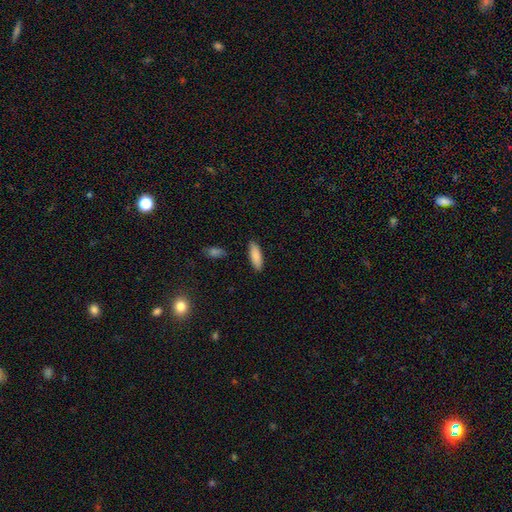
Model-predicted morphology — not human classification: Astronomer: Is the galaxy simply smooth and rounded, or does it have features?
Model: smooth — 87%.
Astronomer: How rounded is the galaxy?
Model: in between — 63%.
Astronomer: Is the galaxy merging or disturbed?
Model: none — 88%.